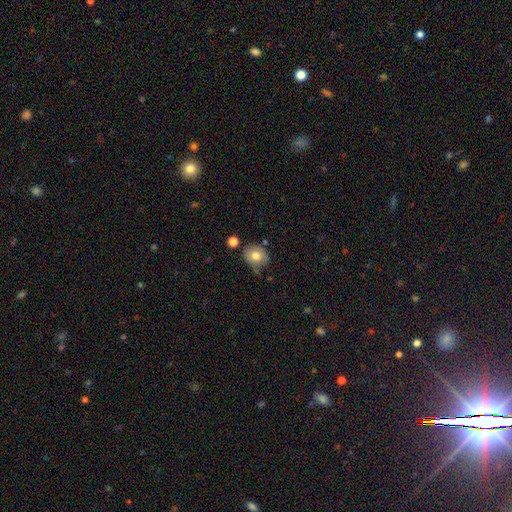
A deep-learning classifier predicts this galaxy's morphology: This appears to be a smooth galaxy with no disk features (77%) that is round (70%). Merging: none (72%).